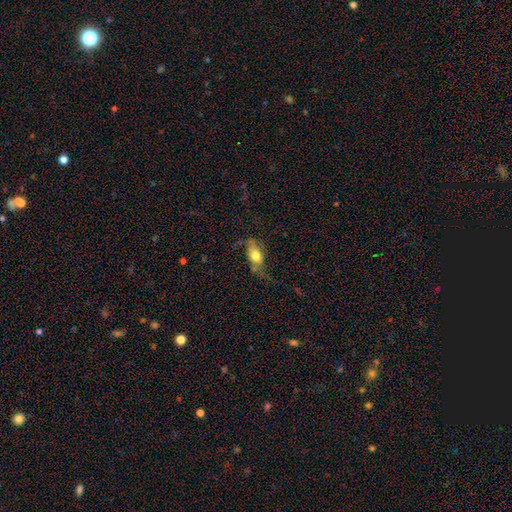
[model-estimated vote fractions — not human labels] smooth_or_featured: smooth (p=0.58) [alt: featured or disk p=0.34]
how_rounded: in between (p=0.81) [alt: cigar-shaped p=0.11]
merging: none (p=0.40) [alt: minor disturbance p=0.28]